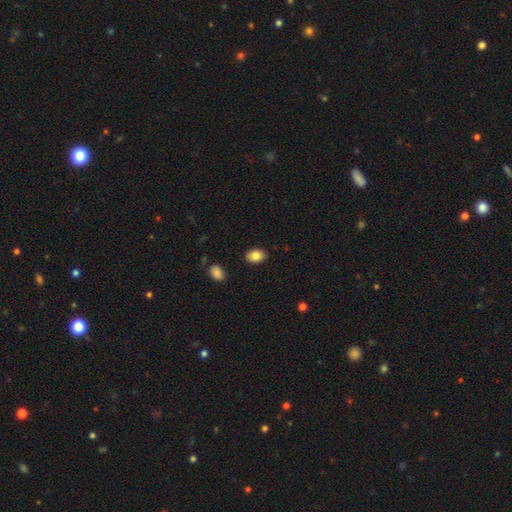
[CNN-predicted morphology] Smooth or featured?
  - smooth: 84% *
  - star or artifact: 8%
  - featured or disk: 8%
How rounded?
  - in between: 75% *
  - round: 24%
  - cigar-shaped: 1%
Merging?
  - none: 87% *
  - minor disturbance: 9%
  - major disturbance: 2%
  - merger: 1%